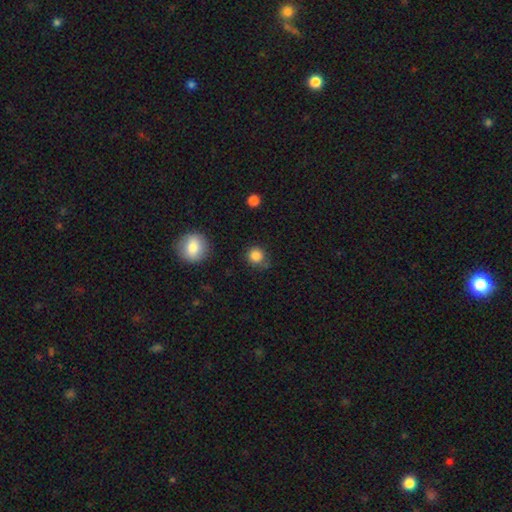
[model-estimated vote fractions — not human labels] smooth 86%, star or artifact 10%, featured or disk 4%. Down the decision tree: how rounded — round (88%); merging — none (70%).